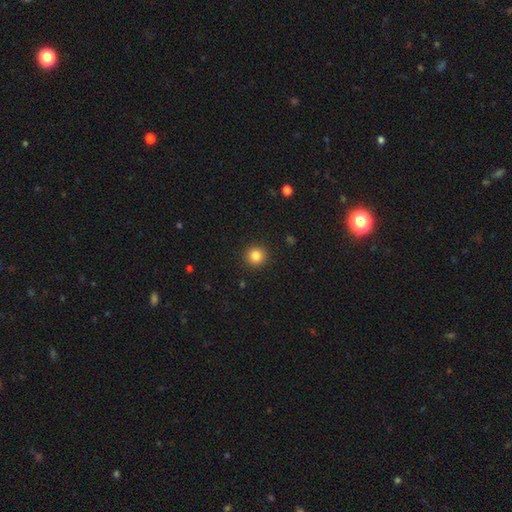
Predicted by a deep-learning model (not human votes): A smooth galaxy with no disk features (84%) that is round (94%).

Vote fractions:
- Smooth or featured? smooth: 84% / star or artifact: 11% / featured or disk: 5%
- How rounded? round: 94% / in between: 5% / cigar-shaped: 1%
- Merging? none: 92% / minor disturbance: 5% / major disturbance: 2% / merger: 1%